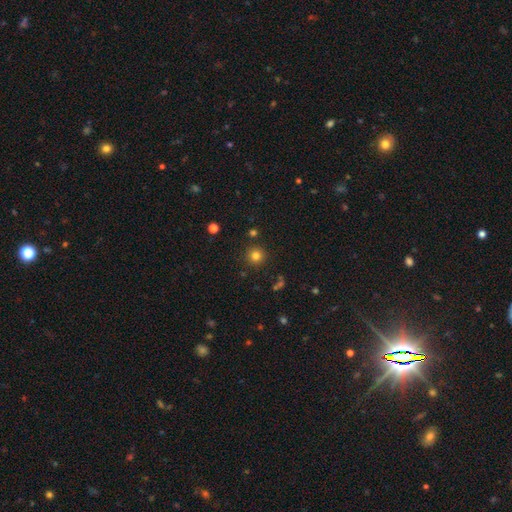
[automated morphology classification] This appears to be a smooth galaxy with no disk features (80%) that is round (95%). Merging: none (88%).